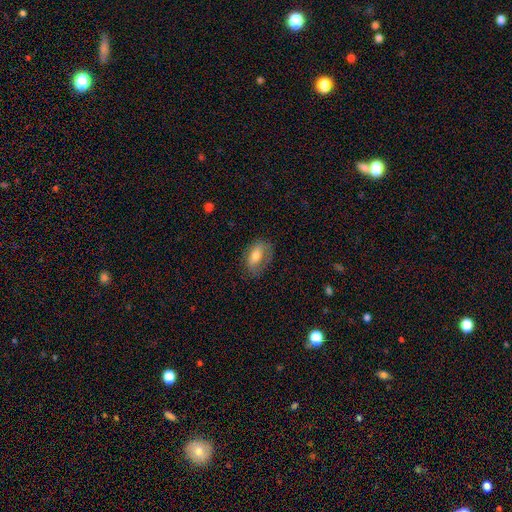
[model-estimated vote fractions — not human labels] A smooth galaxy with no disk features (65%) that is in between round and cigar-shaped (86%).

Vote fractions:
- Smooth or featured? smooth: 65% / featured or disk: 27% / star or artifact: 8%
- How rounded? in between: 86% / round: 8% / cigar-shaped: 5%
- Merging? none: 68% / minor disturbance: 21% / major disturbance: 9% / merger: 1%